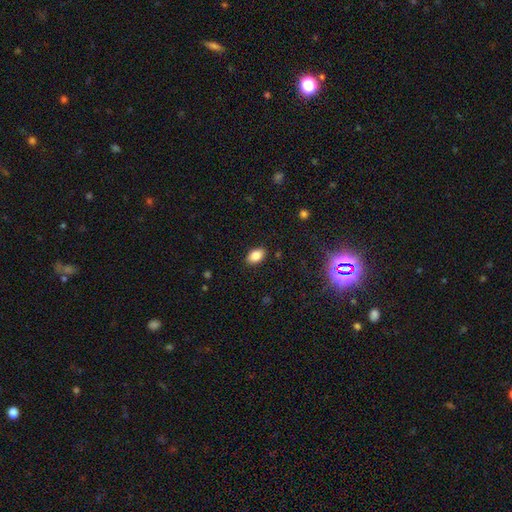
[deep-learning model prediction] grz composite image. It shows a smooth galaxy with no disk features (83%) that is in between round and cigar-shaped (88%). Merging: none (87%).